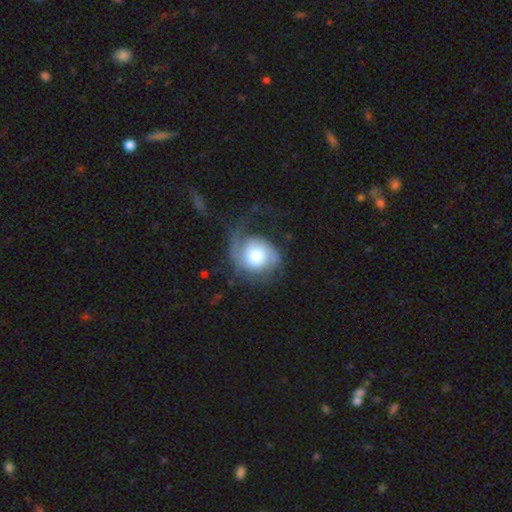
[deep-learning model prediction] featured or disk 64%, smooth 30%, star or artifact 7%. Down the decision tree: edge-on disk — no (97%); bar — no (74%); spiral arms — yes (87%); spiral arm count — 1 (44%); spiral winding — medium (37%); bulge size — moderate (54%); merging — none (40%).